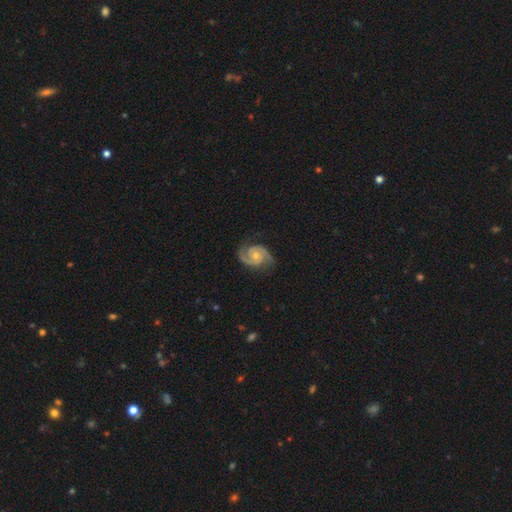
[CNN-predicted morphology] smooth_or_featured: featured or disk (p=0.92) [alt: star or artifact p=0.04]
disk_edge_on: no (p=0.98) [alt: yes p=0.02]
bar: no (p=0.67) [alt: weak p=0.27]
has_spiral_arms: yes (p=0.98) [alt: no p=0.02]
spiral_winding: medium (p=0.51) [alt: tight p=0.39]
spiral_arm_count: 2 (p=0.92) [alt: 3 p=0.03]
bulge_size: moderate (p=0.49) [alt: small p=0.45]
merging: none (p=0.79) [alt: minor disturbance p=0.15]